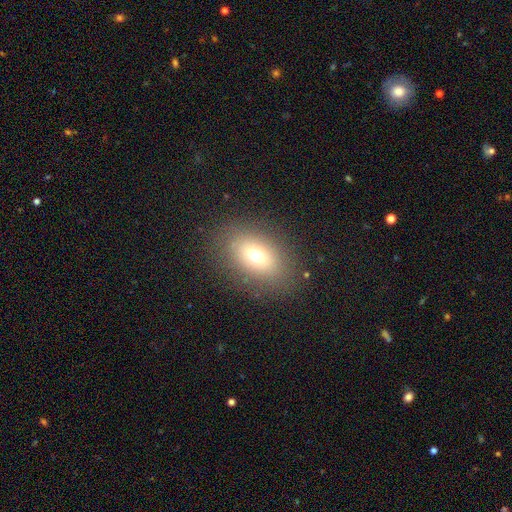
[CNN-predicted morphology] A smooth galaxy with no disk features (69%) that is in between round and cigar-shaped (77%). Merging: none (83%).